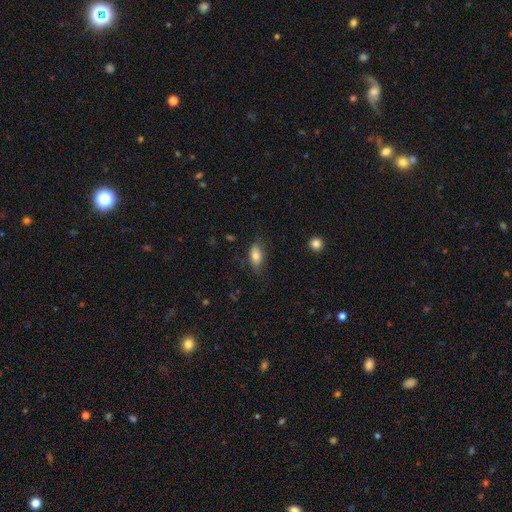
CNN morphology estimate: A smooth galaxy with no disk features (79%) that is in between round and cigar-shaped (89%).

Vote fractions:
- Smooth or featured? smooth: 79% / featured or disk: 13% / star or artifact: 8%
- How rounded? in between: 89% / round: 6% / cigar-shaped: 5%
- Merging? none: 75% / minor disturbance: 19% / major disturbance: 5% / merger: 1%